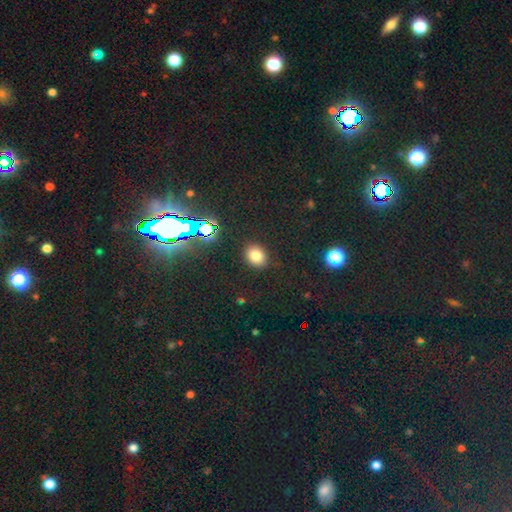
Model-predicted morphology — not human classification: A smooth galaxy with no disk features (77%) that is round (50%).

Vote fractions:
- Smooth or featured? smooth: 77% / star or artifact: 17% / featured or disk: 6%
- How rounded? round: 50% / in between: 49% / cigar-shaped: 1%
- Merging? none: 87% / minor disturbance: 8% / major disturbance: 3% / merger: 2%